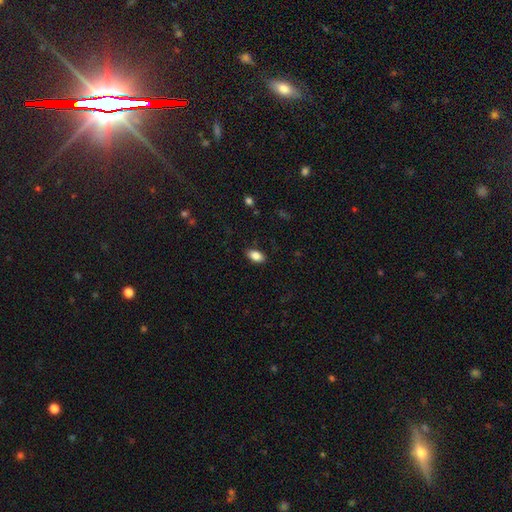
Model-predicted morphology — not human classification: A smooth galaxy with no disk features (86%) that is in between round and cigar-shaped (91%).

Vote fractions:
- Smooth or featured? smooth: 86% / star or artifact: 8% / featured or disk: 6%
- How rounded? in between: 91% / round: 6% / cigar-shaped: 3%
- Merging? none: 86% / minor disturbance: 10% / major disturbance: 3% / merger: 1%